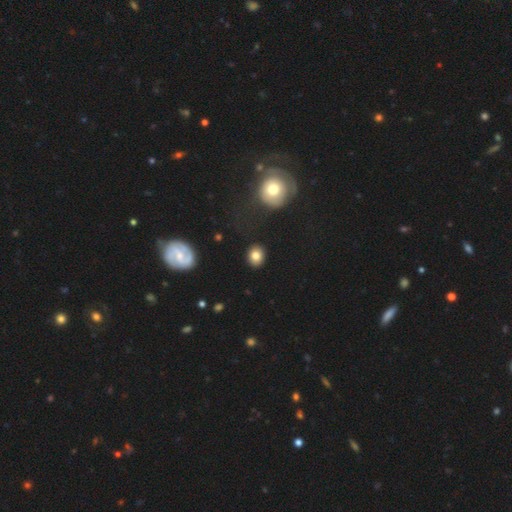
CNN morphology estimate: A smooth galaxy with no disk features (81%) that is round (64%). Merging: none (88%).